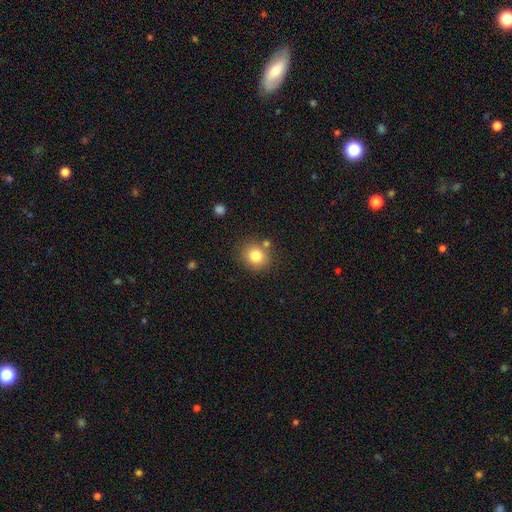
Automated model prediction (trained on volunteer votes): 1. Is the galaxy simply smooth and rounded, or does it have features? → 81% smooth, 11% star or artifact, 8% featured or disk.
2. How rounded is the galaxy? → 83% round, 16% in between, 1% cigar-shaped.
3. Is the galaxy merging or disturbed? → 79% none, 10% minor disturbance, 8% merger, 3% major disturbance.